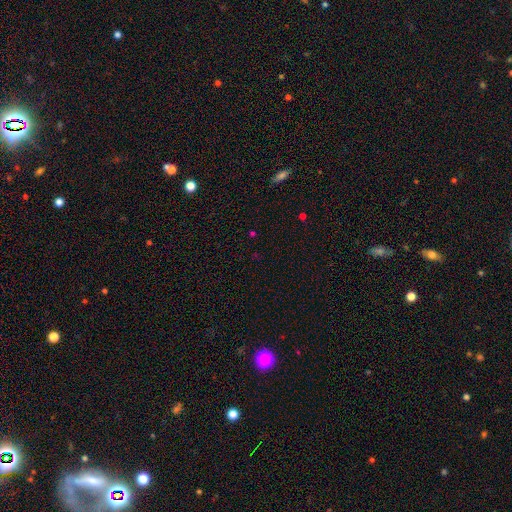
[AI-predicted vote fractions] Smooth or featured?
  - star or artifact: 65% *
  - smooth: 28%
  - featured or disk: 7%